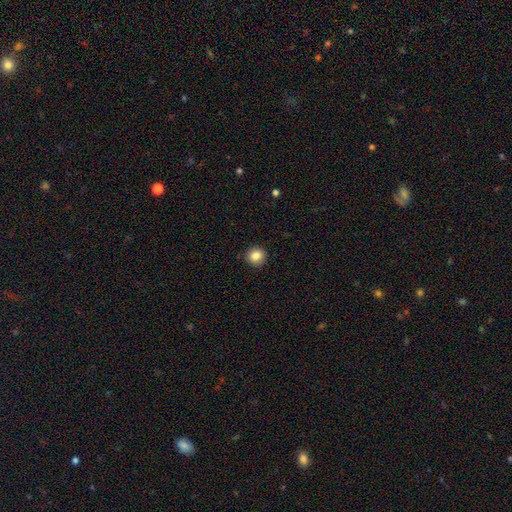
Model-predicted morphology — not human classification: Smooth or featured?
  - smooth: 86% *
  - star or artifact: 10%
  - featured or disk: 5%
How rounded?
  - round: 92% *
  - in between: 7%
  - cigar-shaped: 1%
Merging?
  - none: 91% *
  - minor disturbance: 6%
  - major disturbance: 2%
  - merger: 1%